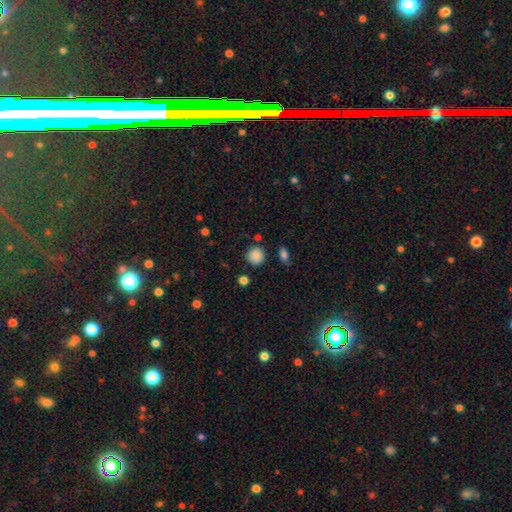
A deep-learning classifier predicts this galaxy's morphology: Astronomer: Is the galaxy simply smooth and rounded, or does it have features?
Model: smooth — 86%.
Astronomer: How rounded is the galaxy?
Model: round — 90%.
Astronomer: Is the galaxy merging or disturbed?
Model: none — 83%.